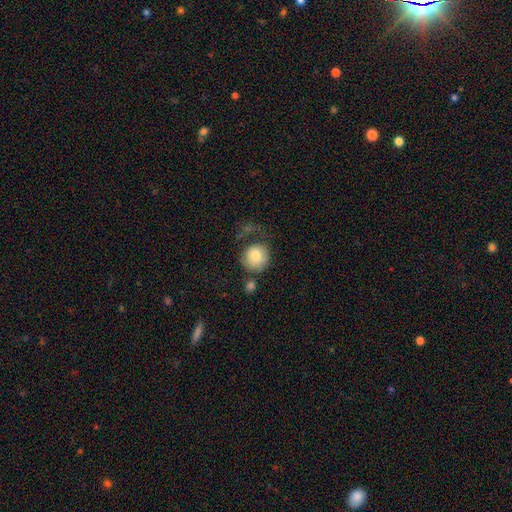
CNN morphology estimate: Smooth or featured: smooth — 82% (featured or disk — 11%)
How rounded: round — 89% (in between — 10%)
Merging: none — 51% (minor disturbance — 21%)